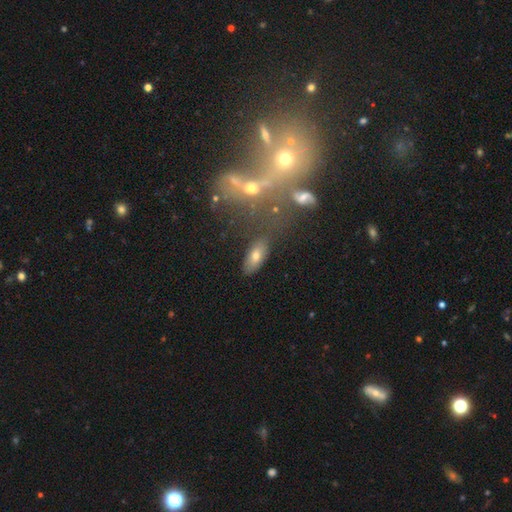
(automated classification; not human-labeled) Morphology: type=smooth (60%); roundness=in between (82%); merging=none (71%).